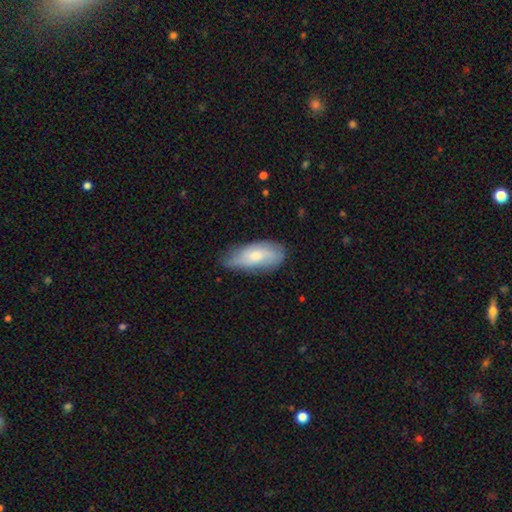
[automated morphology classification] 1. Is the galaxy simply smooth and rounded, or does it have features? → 57% smooth, 36% featured or disk, 6% star or artifact.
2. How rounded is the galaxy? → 85% in between, 13% cigar-shaped, 3% round.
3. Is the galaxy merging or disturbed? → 59% none, 32% minor disturbance, 7% major disturbance, 2% merger.